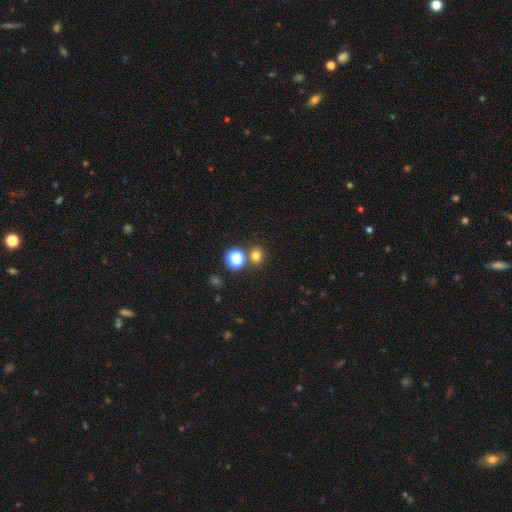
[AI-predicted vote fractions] Smooth or featured? Predicted: smooth (p=0.72). How rounded? Predicted: round (p=0.80). Merging? Predicted: none (p=0.77).